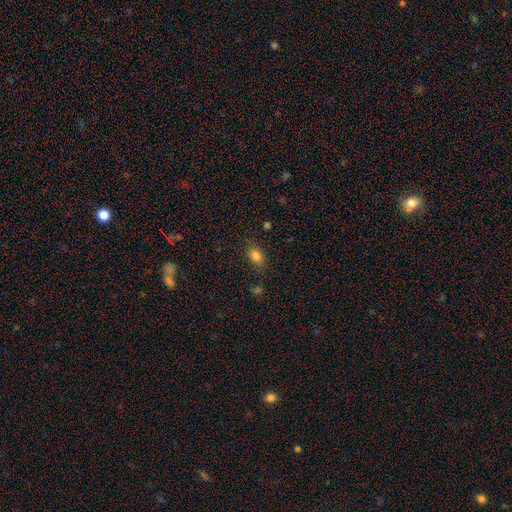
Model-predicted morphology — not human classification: smooth_or_featured: smooth (p=0.83) [alt: star or artifact p=0.11]
how_rounded: in between (p=0.84) [alt: round p=0.14]
merging: none (p=0.80) [alt: minor disturbance p=0.13]